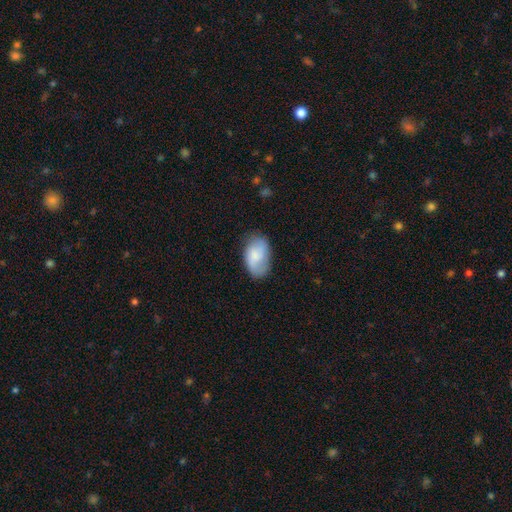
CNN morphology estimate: smooth-or-featured: smooth: 70% | featured or disk: 23% | star or artifact: 7%
  how-rounded: in between: 92% | round: 7% | cigar-shaped: 1%
  merging: none: 67% | minor disturbance: 24% | major disturbance: 7% | merger: 2%